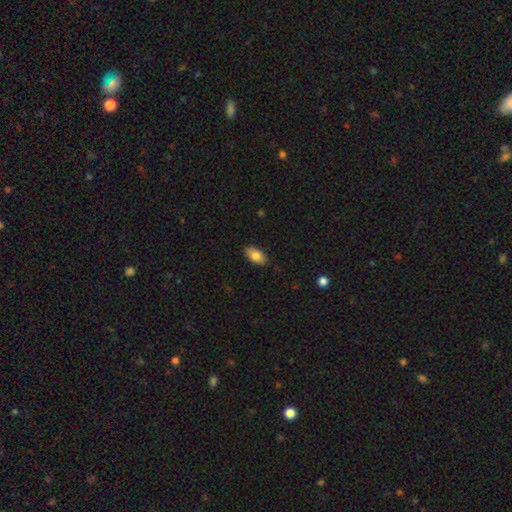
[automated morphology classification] This appears to be a smooth galaxy with no disk features (82%) that is in between round and cigar-shaped (93%). Merging: none (87%).